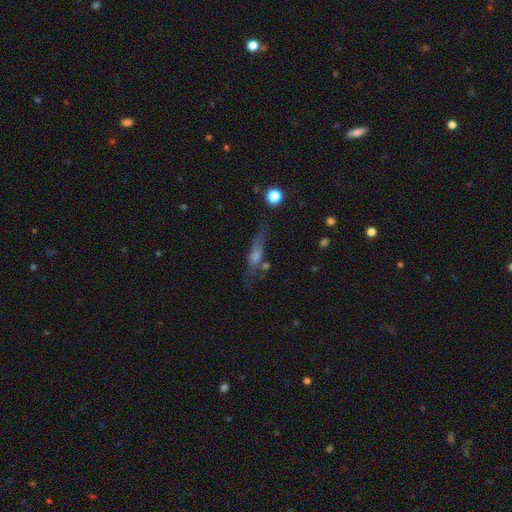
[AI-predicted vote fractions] smooth_or_featured: featured or disk (p=0.47) [alt: smooth p=0.38]
merging: none (p=0.65) [alt: minor disturbance p=0.19]